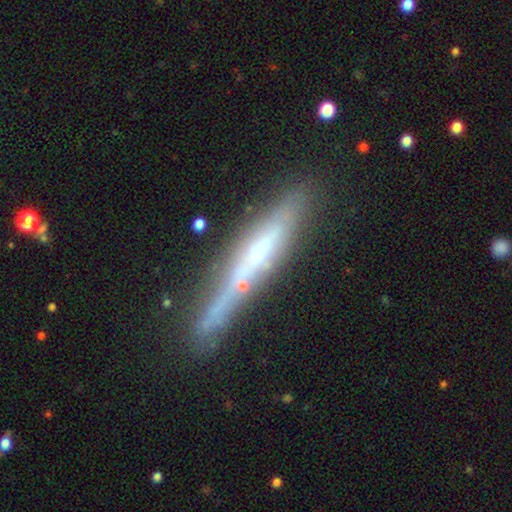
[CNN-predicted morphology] featured or disk 68%, smooth 24%, star or artifact 8%. Down the decision tree: edge-on disk — yes (89%); edge-on bulge — none (58%); merging — none (76%).